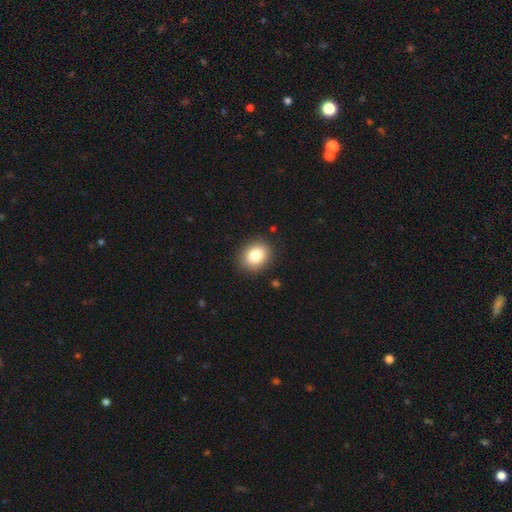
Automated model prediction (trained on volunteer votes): The model was most divided on "how rounded": in between: 51%, round: 48%, cigar-shaped: 1%. More confident: merging — none (88%); smooth or featured — smooth (85%).